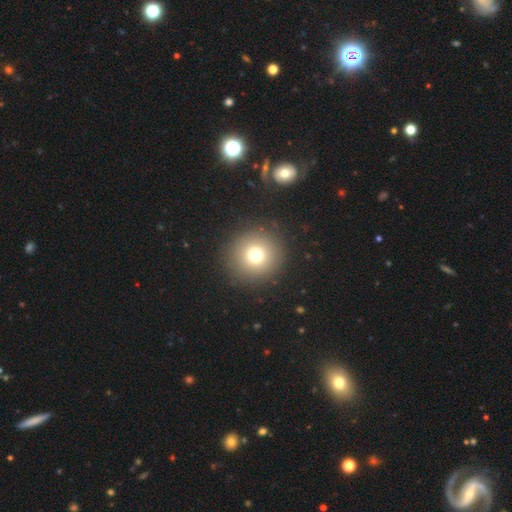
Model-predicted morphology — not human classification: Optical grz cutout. It shows a smooth galaxy with no disk features (74%) that is round (96%). Merging: none (90%).